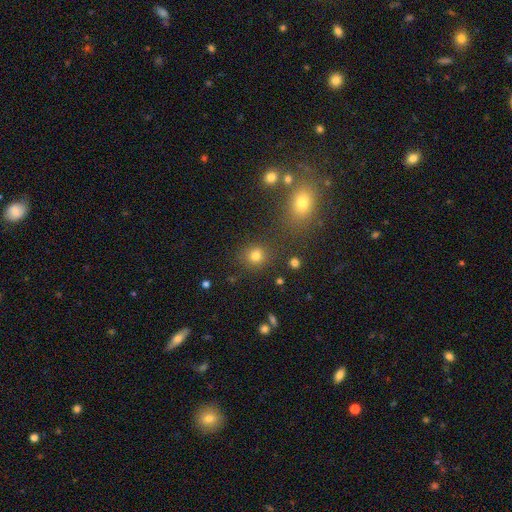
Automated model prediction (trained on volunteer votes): Smooth or featured? Predicted: smooth (p=0.76). How rounded? Predicted: round (p=0.82). Merging? Predicted: none (p=0.78).